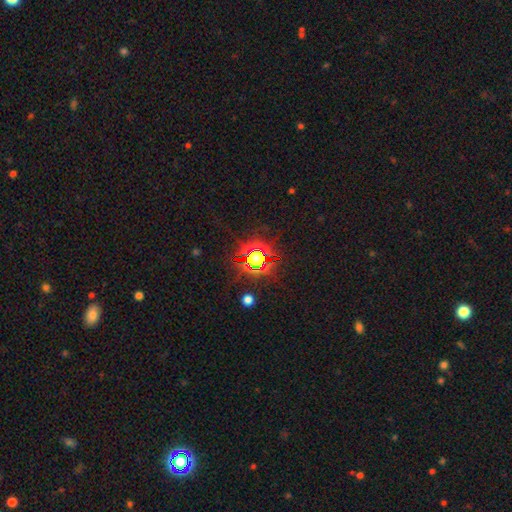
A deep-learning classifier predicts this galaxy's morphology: This appears to be a star or artifact, not a galaxy (70%).